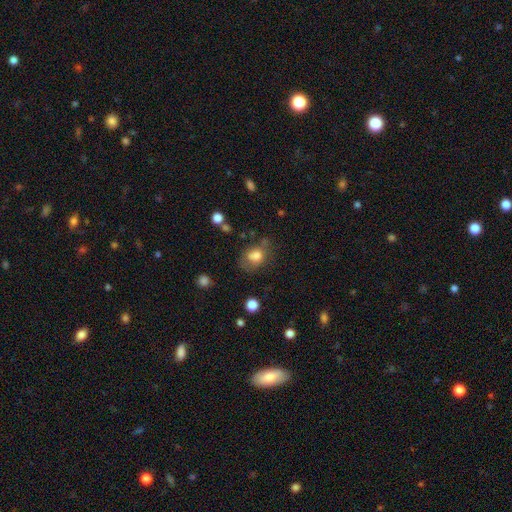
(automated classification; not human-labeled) A smooth galaxy with no disk features (76%) that is in between round and cigar-shaped (52%).

Vote fractions:
- Smooth or featured? smooth: 76% / featured or disk: 12% / star or artifact: 12%
- How rounded? in between: 52% / round: 47% / cigar-shaped: 1%
- Merging? none: 49% / minor disturbance: 24% / major disturbance: 13% / merger: 13%